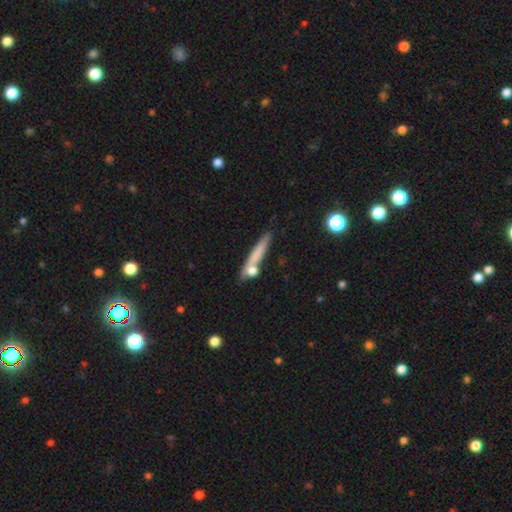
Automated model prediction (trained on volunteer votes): smooth 63%, featured or disk 29%, star or artifact 8%. Down the decision tree: how rounded — cigar-shaped (89%); merging — none (68%).